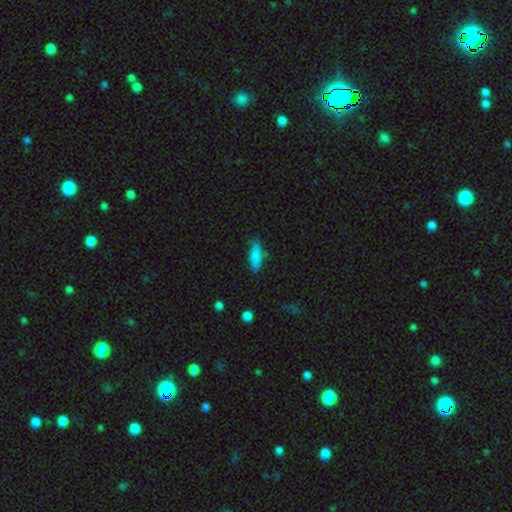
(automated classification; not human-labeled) A smooth galaxy with no disk features (83%) that is cigar-shaped (61%). Merging: none (81%).